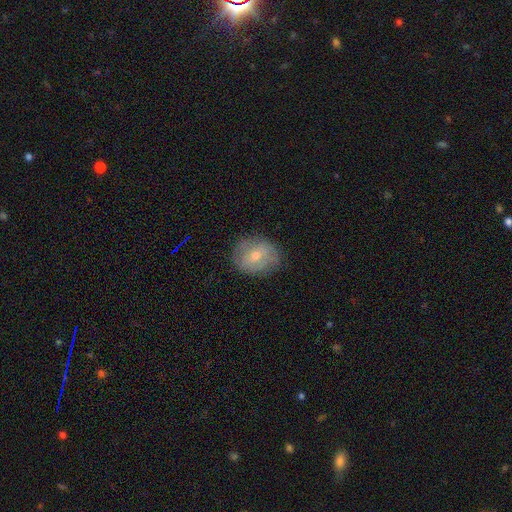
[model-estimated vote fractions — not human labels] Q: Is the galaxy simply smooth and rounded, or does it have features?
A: featured or disk — 49%.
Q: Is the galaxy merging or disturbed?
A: none — 77%.